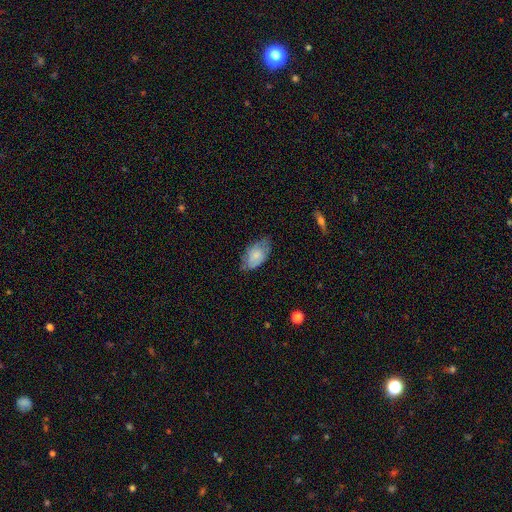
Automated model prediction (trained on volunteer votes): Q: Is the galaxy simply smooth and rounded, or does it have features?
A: smooth — 71%.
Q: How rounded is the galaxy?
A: in between — 93%.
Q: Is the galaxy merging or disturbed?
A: none — 58%.